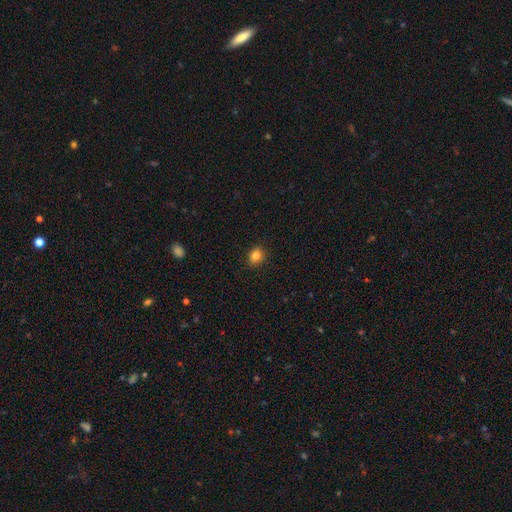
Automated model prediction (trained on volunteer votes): smooth 83%, star or artifact 11%, featured or disk 6%. Down the decision tree: how rounded — round (61%); merging — none (90%).